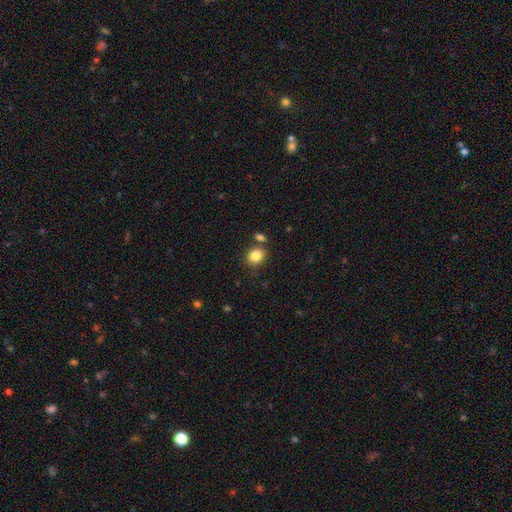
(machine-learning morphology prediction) Smooth or featured?
  - smooth: 85% *
  - star or artifact: 10%
  - featured or disk: 6%
How rounded?
  - round: 57% *
  - in between: 42%
  - cigar-shaped: 1%
Merging?
  - none: 75% *
  - merger: 11%
  - minor disturbance: 11%
  - major disturbance: 3%